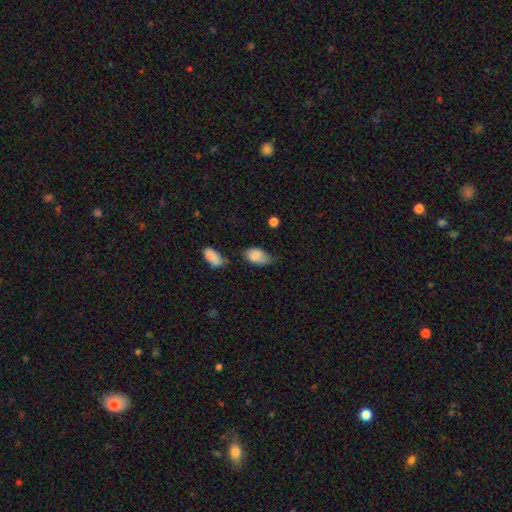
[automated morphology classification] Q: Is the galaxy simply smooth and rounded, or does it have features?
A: smooth — 80%.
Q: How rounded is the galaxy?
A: in between — 91%.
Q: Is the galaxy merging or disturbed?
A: none — 40%, tied with minor disturbance.